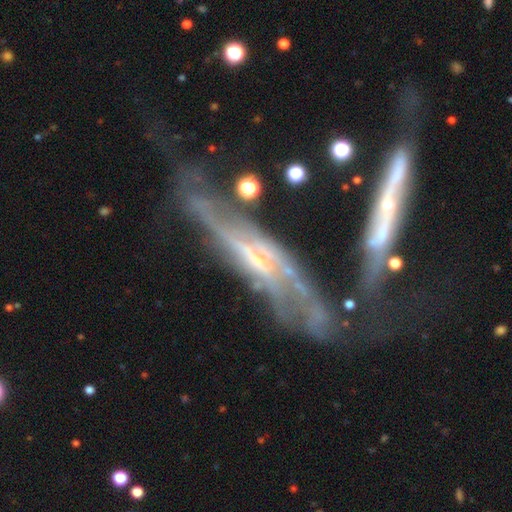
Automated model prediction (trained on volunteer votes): Morphology: type=featured or disk (78%); edge-on=yes (56%); merging=none (32%).